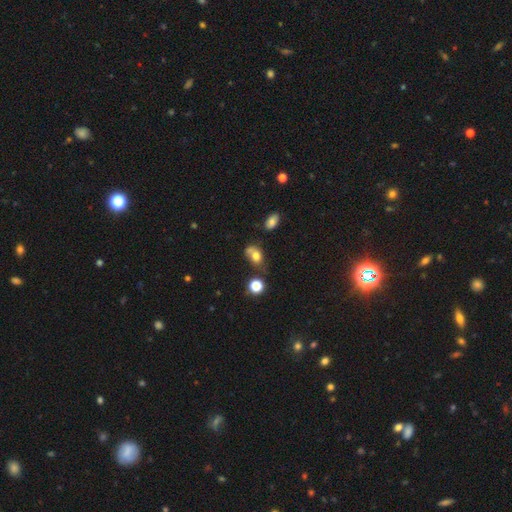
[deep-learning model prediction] Q: Smooth or featured?
A: smooth (72%); runner-up: featured or disk (14%)
Q: How rounded?
A: in between (55%); runner-up: round (43%)
Q: Merging?
A: none (38%); runner-up: merger (29%)